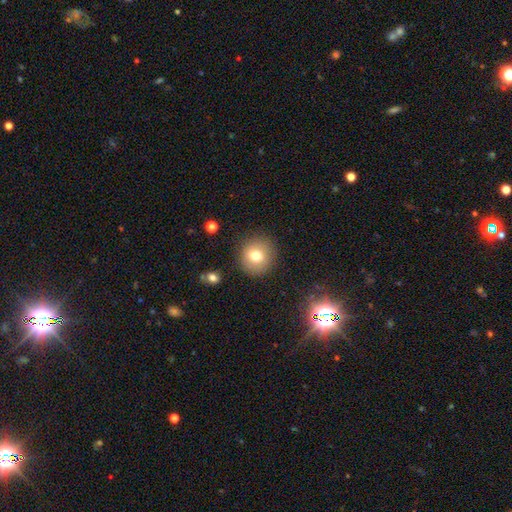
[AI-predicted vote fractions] smooth 75%, featured or disk 14%, star or artifact 12%. Down the decision tree: how rounded — round (89%); merging — none (87%).